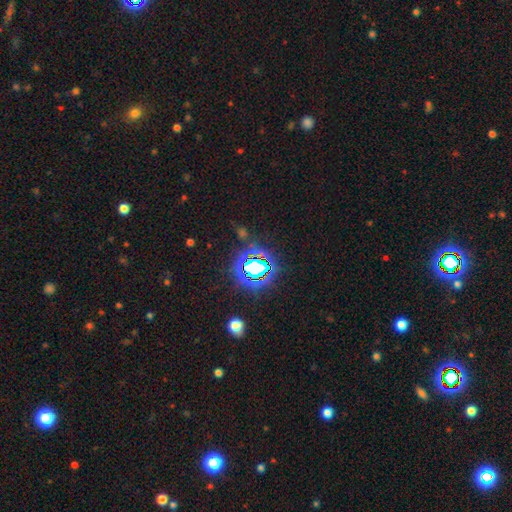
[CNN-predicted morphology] This appears to be a star or artifact, not a galaxy (80%).